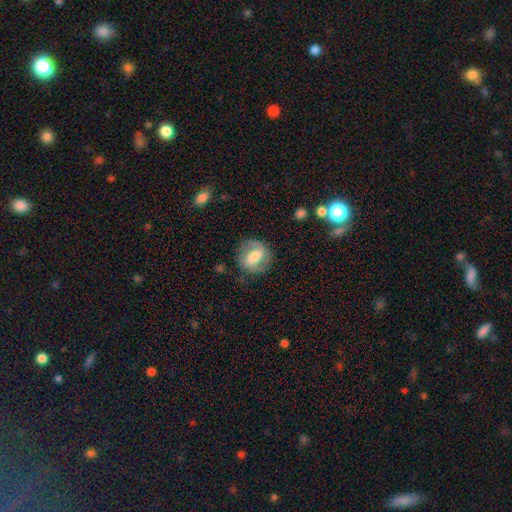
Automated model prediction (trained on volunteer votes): A featured or disk galaxy (57%) with a weak bar (43%), spiral arms (78%) and a moderate central bulge (56%).

Vote fractions:
- Smooth or featured? featured or disk: 57% / smooth: 35% / star or artifact: 7%
- Edge-on disk? no: 96% / yes: 4%
- Bar? weak: 43% / strong: 36% / no: 21%
- Spiral arms? yes: 78% / no: 22%
- Bulge size? moderate: 56% / small: 24% / large: 14% / none: 3% / dominant: 2%
- Merging? none: 76% / minor disturbance: 15% / major disturbance: 7% / merger: 1%